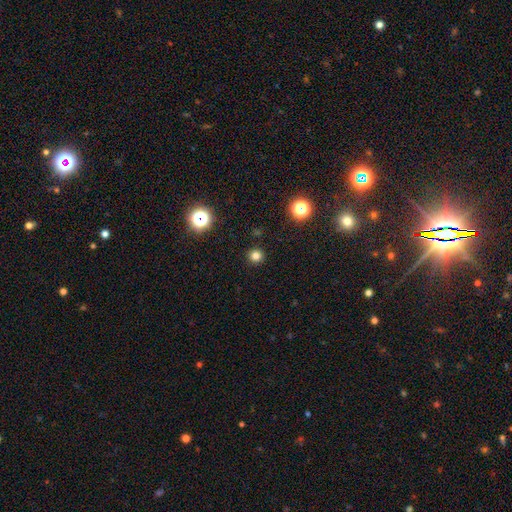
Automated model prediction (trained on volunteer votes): smooth_or_featured: smooth (p=0.78) [alt: star or artifact p=0.17]
how_rounded: round (p=0.94) [alt: in between p=0.05]
merging: none (p=0.92) [alt: minor disturbance p=0.05]